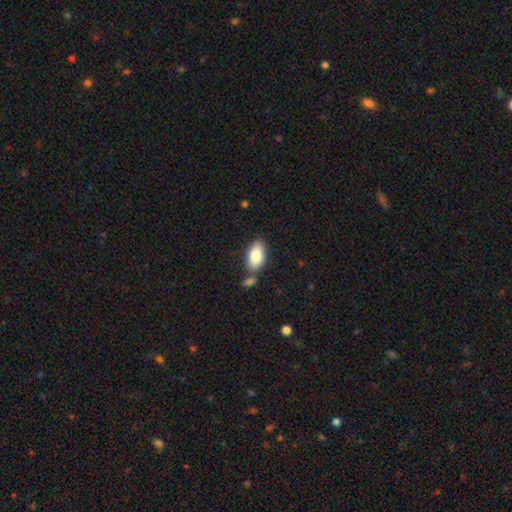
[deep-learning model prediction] Q: Smooth or featured?
A: smooth (86%); runner-up: featured or disk (8%)
Q: How rounded?
A: in between (94%); runner-up: cigar-shaped (3%)
Q: Merging?
A: none (66%); runner-up: merger (16%)